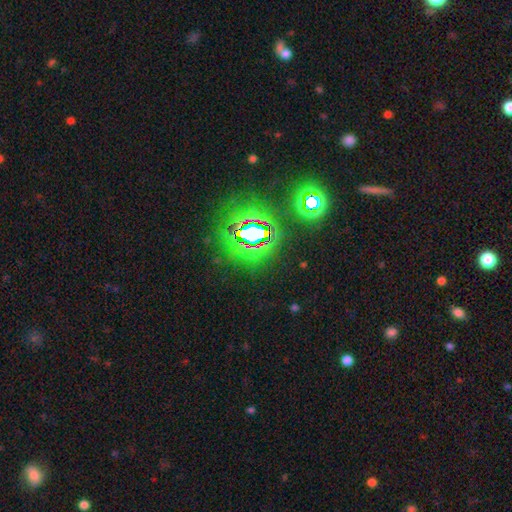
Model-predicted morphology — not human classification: The model was most divided on "smooth or featured": star or artifact: 81%, smooth: 12%, featured or disk: 7%.